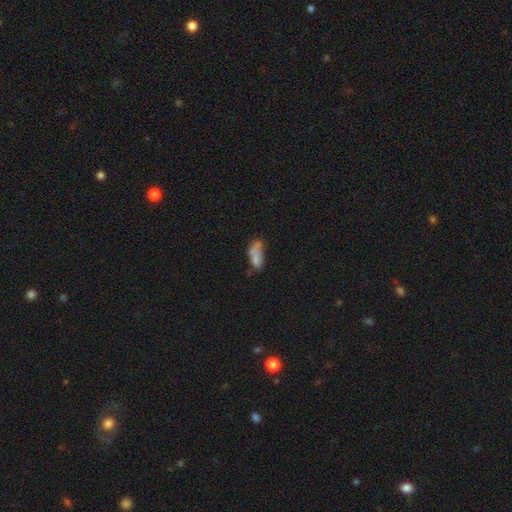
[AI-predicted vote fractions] Smooth or featured? smooth (66%)
How rounded? in between (82%)
Merging? merger (28%)